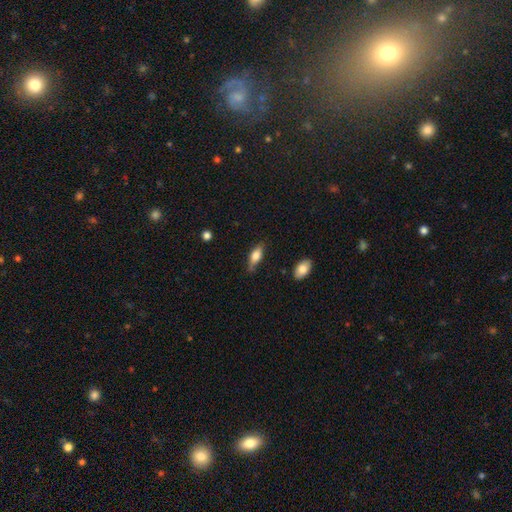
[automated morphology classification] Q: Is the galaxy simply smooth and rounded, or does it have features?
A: smooth — 69%.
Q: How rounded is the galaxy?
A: in between — 75%.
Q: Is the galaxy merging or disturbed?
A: none — 68%.